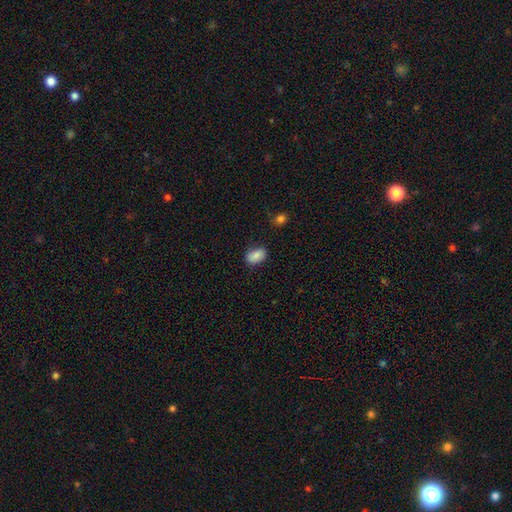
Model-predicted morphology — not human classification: type=smooth (87%); roundness=in between (90%); merging=none (81%).